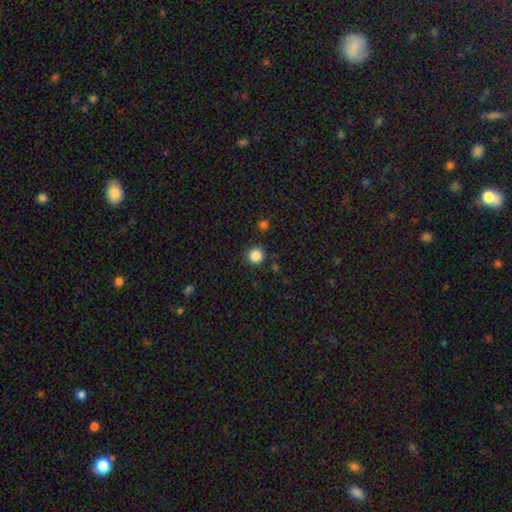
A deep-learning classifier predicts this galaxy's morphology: Smooth or featured?
  - smooth: 86% *
  - star or artifact: 11%
  - featured or disk: 3%
How rounded?
  - round: 93% *
  - in between: 6%
  - cigar-shaped: 1%
Merging?
  - none: 89% *
  - minor disturbance: 6%
  - merger: 3%
  - major disturbance: 2%